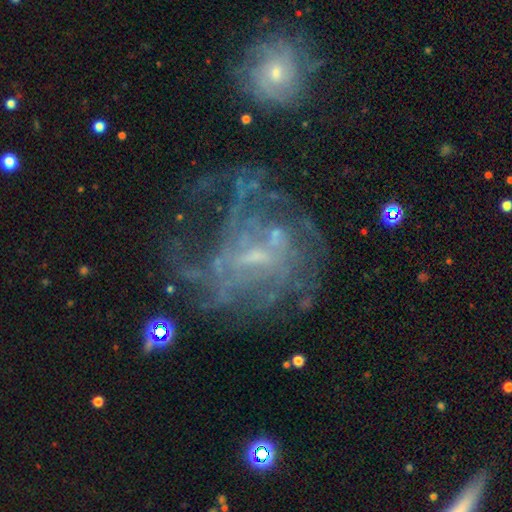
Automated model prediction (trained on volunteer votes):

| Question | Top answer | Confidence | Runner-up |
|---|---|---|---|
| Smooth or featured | featured or disk | 75% | star or artifact (14%) |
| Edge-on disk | no | 97% | yes (3%) |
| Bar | weak | 45% | no (43%) |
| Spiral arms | yes | 67% | no (33%) |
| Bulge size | small | 52% | none (25%) |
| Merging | none | 38% | major disturbance (36%) |